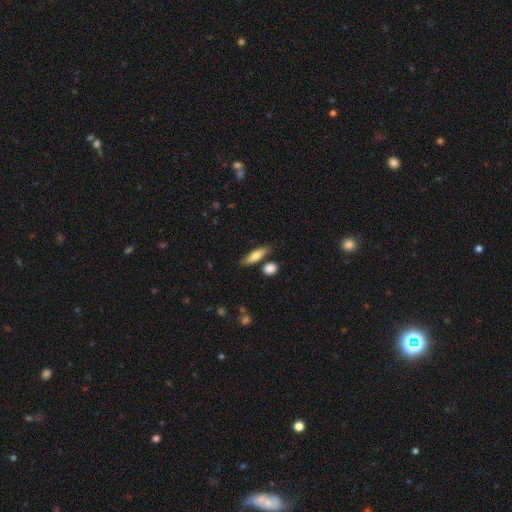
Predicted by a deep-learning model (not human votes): Smooth or featured? smooth (69%)
How rounded? cigar-shaped (55%)
Merging? none (77%)